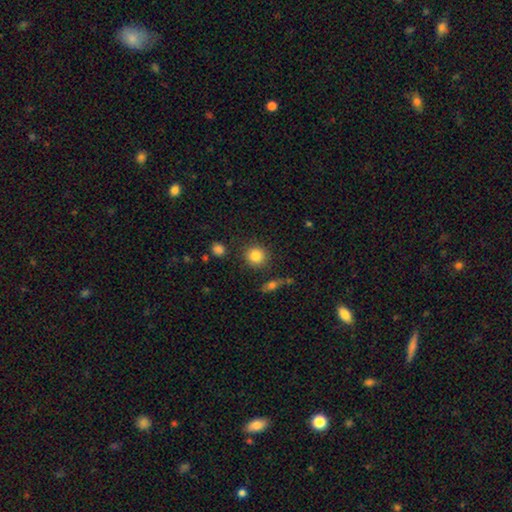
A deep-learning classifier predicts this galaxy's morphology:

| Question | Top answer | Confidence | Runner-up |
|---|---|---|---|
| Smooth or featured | smooth | 85% | star or artifact (10%) |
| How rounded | round | 90% | in between (9%) |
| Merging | none | 86% | minor disturbance (8%) |